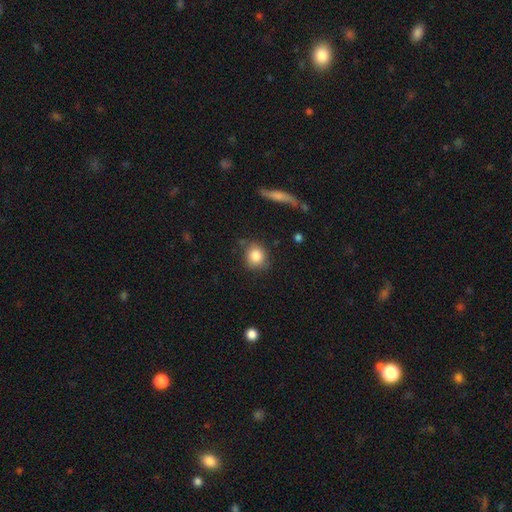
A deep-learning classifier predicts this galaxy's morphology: Smooth or featured: smooth — 83% (star or artifact — 9%)
How rounded: round — 79% (in between — 19%)
Merging: none — 77% (minor disturbance — 16%)